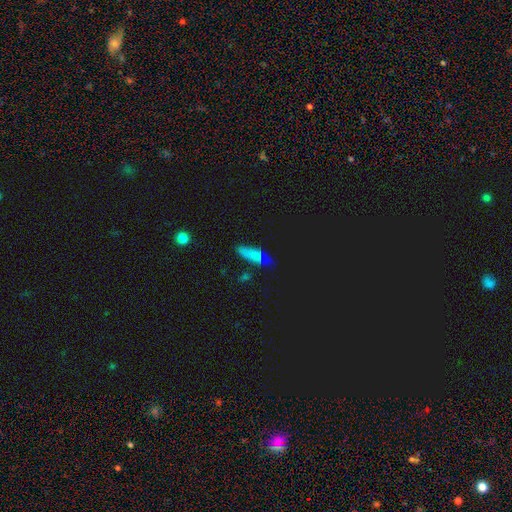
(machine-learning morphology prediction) Smooth or featured: smooth — 59% (star or artifact — 28%)
How rounded: in between — 52% (cigar-shaped — 42%)
Merging: none — 62% (minor disturbance — 24%)